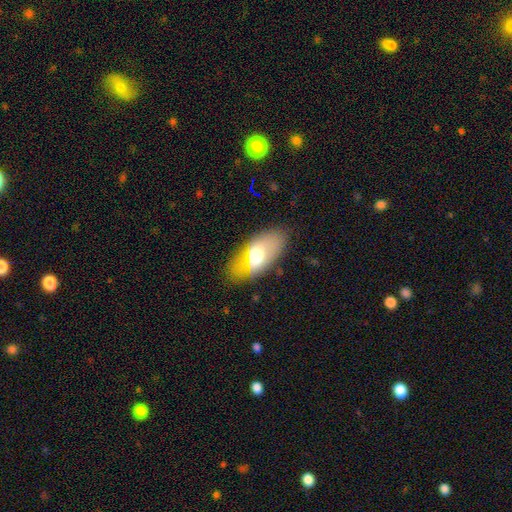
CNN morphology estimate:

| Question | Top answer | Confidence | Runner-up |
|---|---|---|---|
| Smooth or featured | smooth | 62% | featured or disk (29%) |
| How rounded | in between | 89% | cigar-shaped (6%) |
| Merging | none | 74% | minor disturbance (17%) |